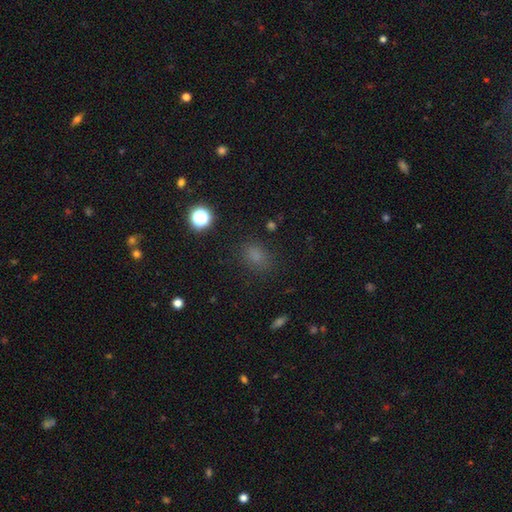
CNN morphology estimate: smooth 73%, star or artifact 22%, featured or disk 6%. Down the decision tree: how rounded — in between (61%); merging — none (79%).